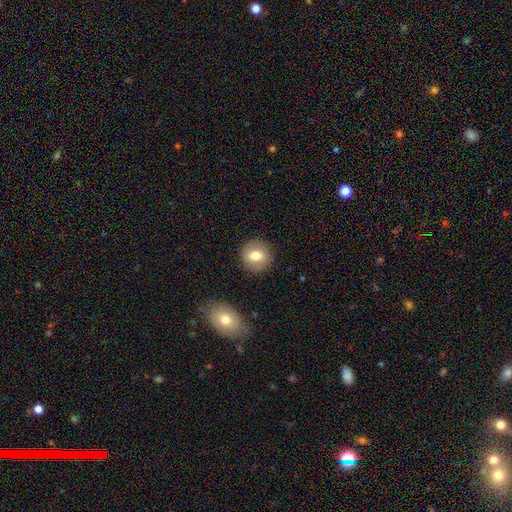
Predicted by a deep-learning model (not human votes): Overall: smooth (75%). How rounded: round (89%). Merging: none (89%).